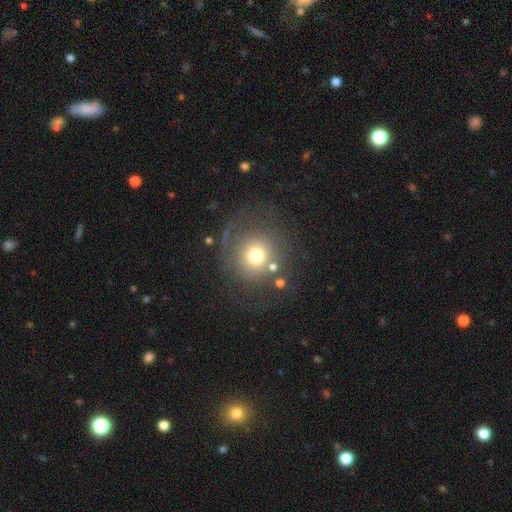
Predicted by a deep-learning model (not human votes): Q: Smooth or featured?
A: smooth (61%); runner-up: featured or disk (24%)
Q: How rounded?
A: round (92%); runner-up: in between (7%)
Q: Merging?
A: none (63%); runner-up: major disturbance (17%)